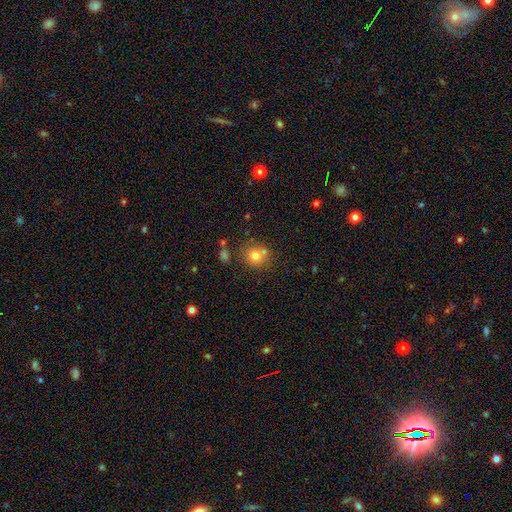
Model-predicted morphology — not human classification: Smooth or featured? smooth (76%)
How rounded? round (86%)
Merging? none (66%)